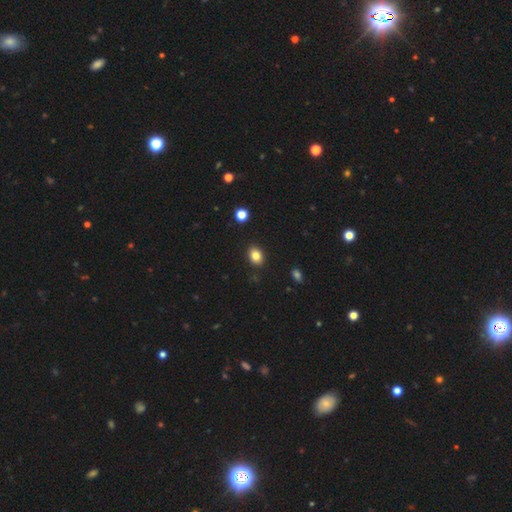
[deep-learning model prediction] Overall: smooth (83%). How rounded: in between (66%; round 33%). Merging: none (89%).